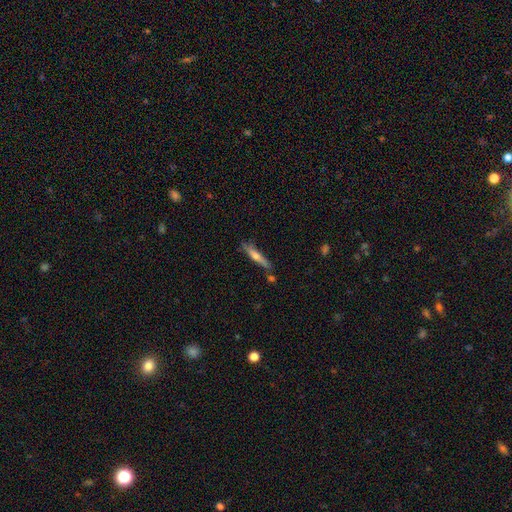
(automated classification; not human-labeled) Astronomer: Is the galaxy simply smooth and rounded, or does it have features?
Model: smooth — 49% (runner-up: featured or disk, 45%).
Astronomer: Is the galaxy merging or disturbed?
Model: none — 74%.